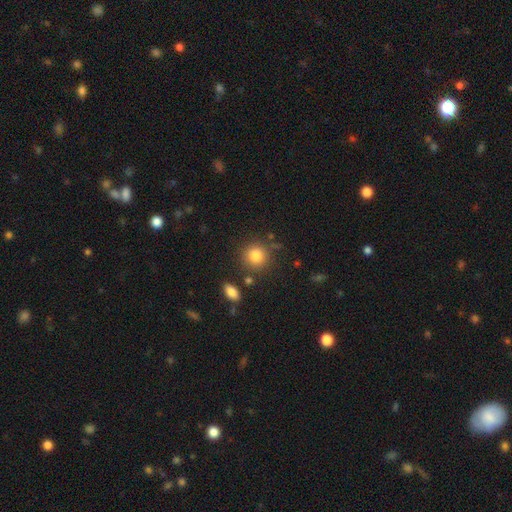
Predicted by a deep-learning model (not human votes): Smooth or featured? smooth (83%)
How rounded? round (89%)
Merging? none (80%)